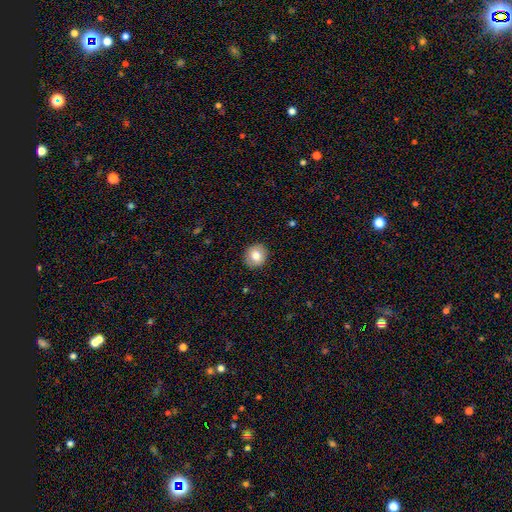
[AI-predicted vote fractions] A smooth galaxy with no disk features (79%) that is round (86%).

Vote fractions:
- Smooth or featured? smooth: 79% / featured or disk: 13% / star or artifact: 8%
- How rounded? round: 86% / in between: 13% / cigar-shaped: 1%
- Merging? none: 91% / minor disturbance: 6% / major disturbance: 2% / merger: 1%